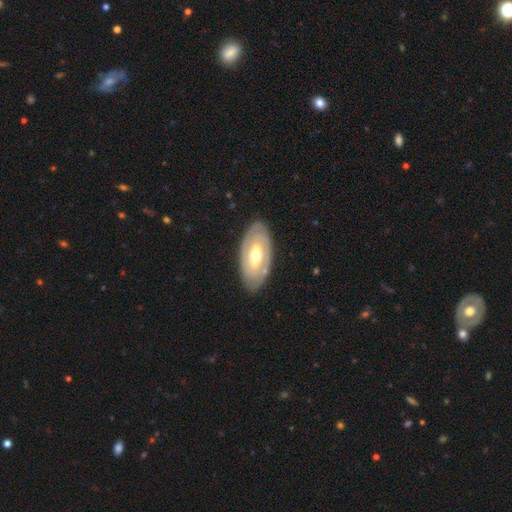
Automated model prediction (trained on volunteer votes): Smooth or featured?
  - featured or disk: 65% *
  - smooth: 31%
  - star or artifact: 5%
Edge-on disk?
  - no: 89% *
  - yes: 11%
Bar?
  - no: 51% *
  - weak: 32%
  - strong: 17%
Spiral arms?
  - no: 51% *
  - yes: 49%
Bulge size?
  - moderate: 69% *
  - small: 21%
  - large: 8%
  - dominant: 1%
  - none: 1%
Merging?
  - none: 82% *
  - minor disturbance: 13%
  - major disturbance: 4%
  - merger: 1%